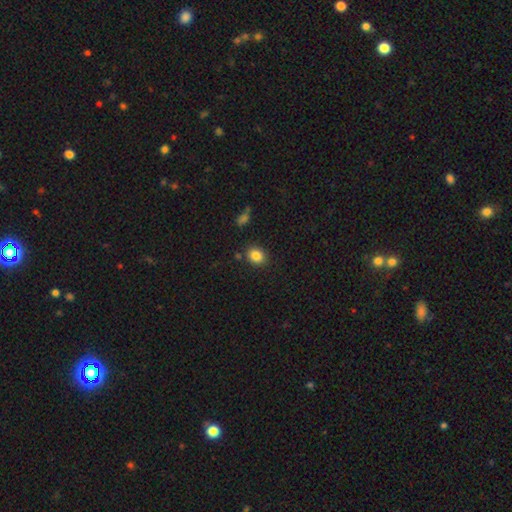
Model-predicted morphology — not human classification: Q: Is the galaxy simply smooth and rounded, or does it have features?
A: smooth — 85%.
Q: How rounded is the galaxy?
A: round — 52%.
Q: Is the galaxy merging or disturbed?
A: none — 84%.